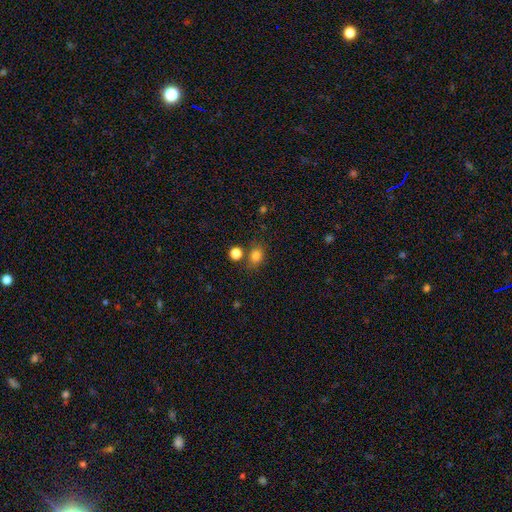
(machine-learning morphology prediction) A smooth galaxy with no disk features (81%) that is round (55%).

Vote fractions:
- Smooth or featured? smooth: 81% / star or artifact: 13% / featured or disk: 6%
- How rounded? round: 55% / in between: 44% / cigar-shaped: 1%
- Merging? none: 72% / minor disturbance: 13% / merger: 11% / major disturbance: 4%